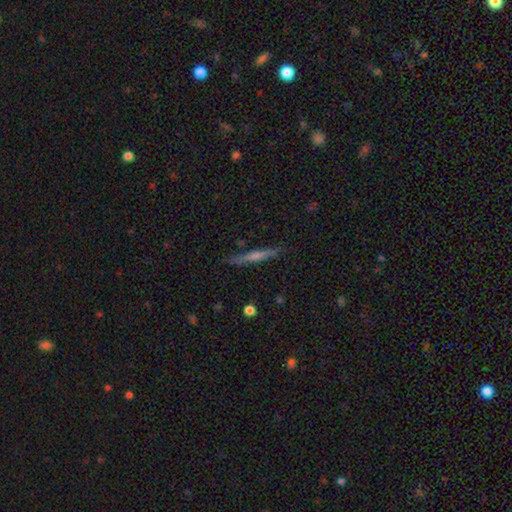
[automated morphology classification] Q: Smooth or featured?
A: featured or disk (52%); runner-up: smooth (41%)
Q: Edge-on disk?
A: yes (97%); runner-up: no (3%)
Q: Edge-on bulge?
A: none (49%); runner-up: rounded (41%)
Q: Merging?
A: none (88%); runner-up: minor disturbance (9%)